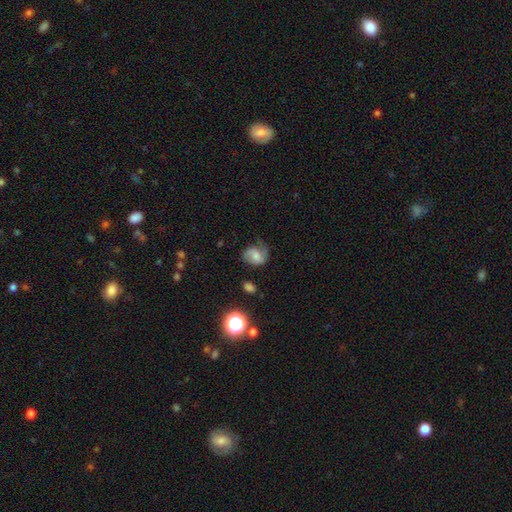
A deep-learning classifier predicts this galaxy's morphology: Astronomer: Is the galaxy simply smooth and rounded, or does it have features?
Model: featured or disk — 49% (runner-up: smooth, 41%).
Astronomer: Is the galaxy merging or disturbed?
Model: none — 51% (runner-up: minor disturbance, 28%).